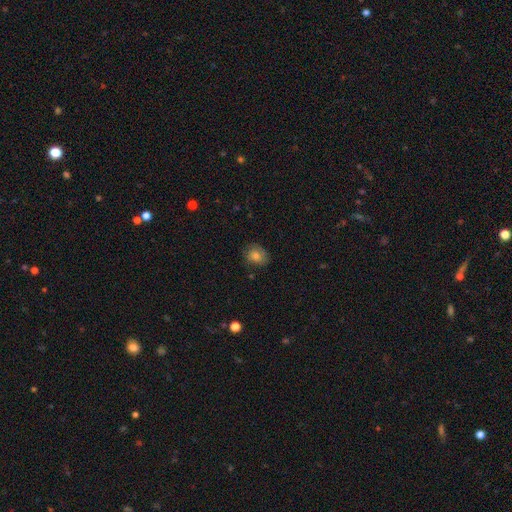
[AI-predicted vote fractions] Smooth or featured?
  - smooth: 72% *
  - featured or disk: 17%
  - star or artifact: 10%
How rounded?
  - round: 61% *
  - in between: 38%
  - cigar-shaped: 1%
Merging?
  - none: 73% *
  - minor disturbance: 21%
  - major disturbance: 5%
  - merger: 1%